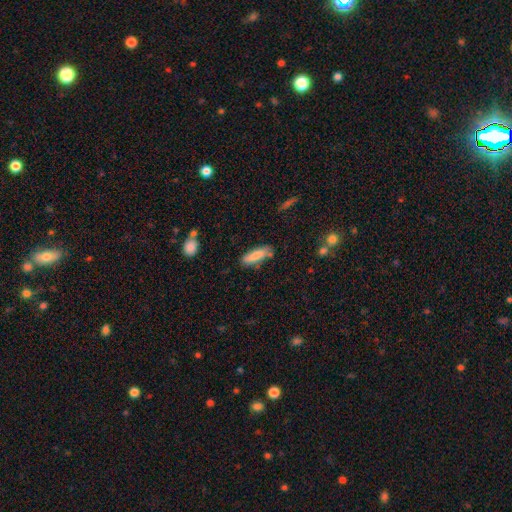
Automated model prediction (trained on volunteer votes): Q: Smooth or featured?
A: smooth (78%); runner-up: featured or disk (16%)
Q: How rounded?
A: cigar-shaped (53%); runner-up: in between (45%)
Q: Merging?
A: none (75%); runner-up: minor disturbance (17%)